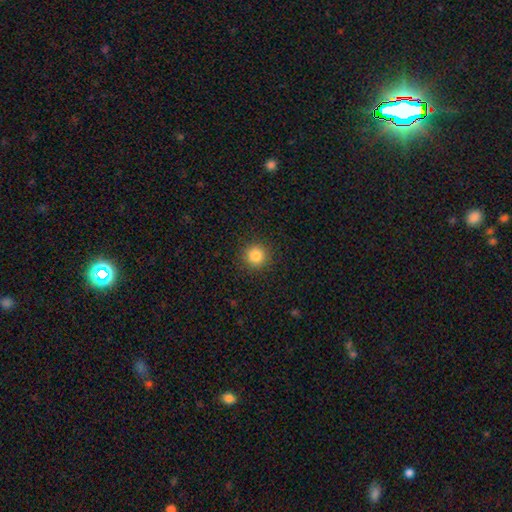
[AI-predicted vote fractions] Smooth or featured: smooth — 84% (star or artifact — 11%)
How rounded: round — 95% (in between — 4%)
Merging: none — 91% (minor disturbance — 6%)